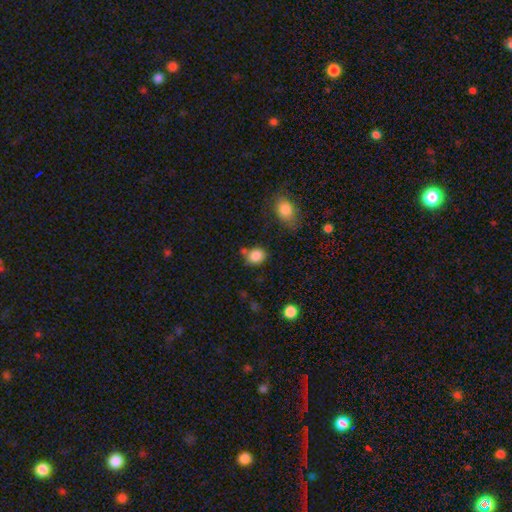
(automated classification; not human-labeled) Smooth or featured?
  - smooth: 85% *
  - star or artifact: 10%
  - featured or disk: 5%
How rounded?
  - round: 68% *
  - in between: 31%
  - cigar-shaped: 1%
Merging?
  - none: 66% *
  - minor disturbance: 18%
  - merger: 11%
  - major disturbance: 5%